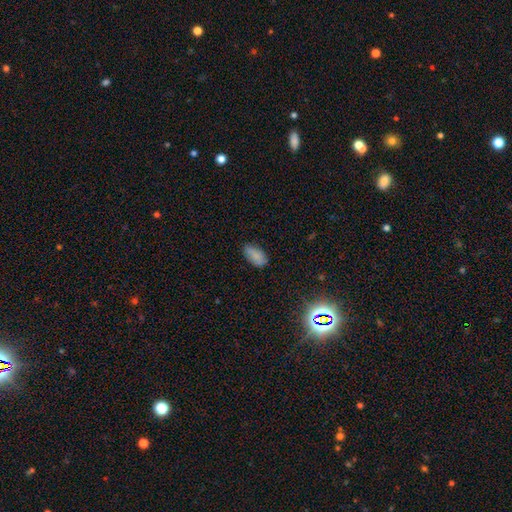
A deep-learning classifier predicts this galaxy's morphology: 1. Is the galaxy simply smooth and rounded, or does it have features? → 84% smooth, 9% star or artifact, 7% featured or disk.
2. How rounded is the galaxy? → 93% in between, 4% cigar-shaped, 3% round.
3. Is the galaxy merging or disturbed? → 74% none, 21% minor disturbance, 4% major disturbance, 1% merger.